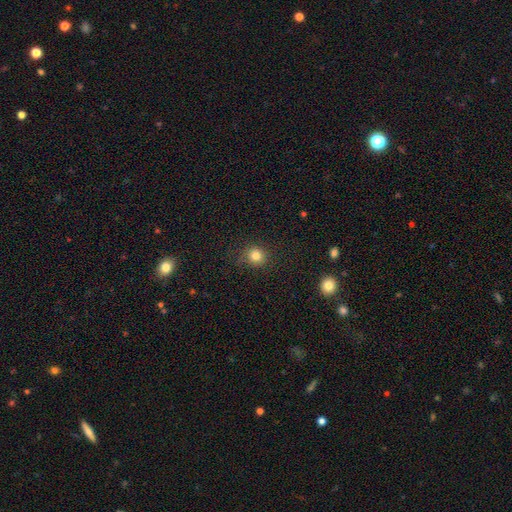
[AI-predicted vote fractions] Morphology: type=smooth (82%); roundness=round (90%); merging=none (84%).